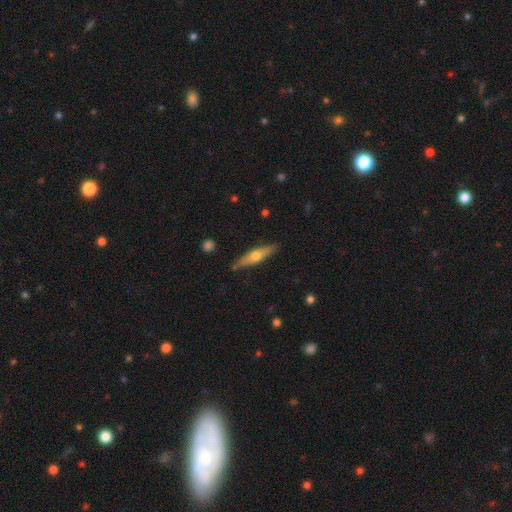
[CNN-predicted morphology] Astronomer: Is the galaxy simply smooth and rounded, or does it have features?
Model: featured or disk — 52% (runner-up: smooth, 42%).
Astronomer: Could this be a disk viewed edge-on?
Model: yes — 89%.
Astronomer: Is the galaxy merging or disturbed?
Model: none — 86%.